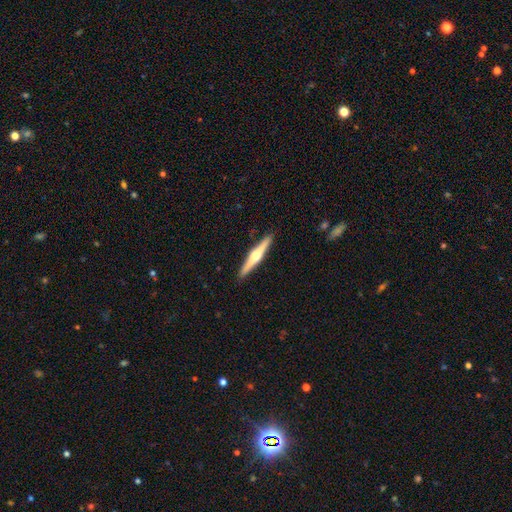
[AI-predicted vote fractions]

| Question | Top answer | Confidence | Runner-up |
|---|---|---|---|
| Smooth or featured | featured or disk | 69% | smooth (26%) |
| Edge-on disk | yes | 98% | no (2%) |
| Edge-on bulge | rounded | 93% | none (4%) |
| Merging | none | 92% | minor disturbance (6%) |